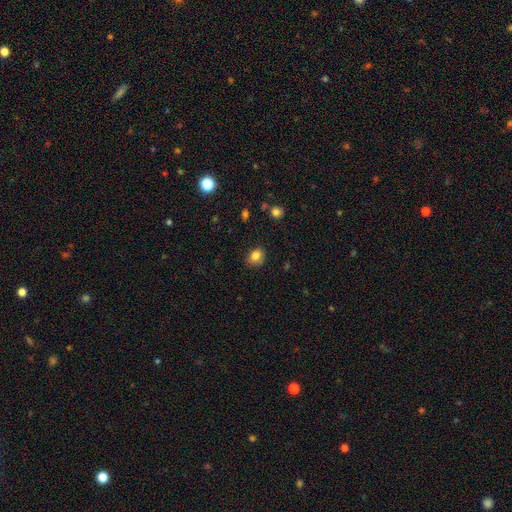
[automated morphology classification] A smooth galaxy with no disk features (82%) that is round (53%). Merging: none (78%).